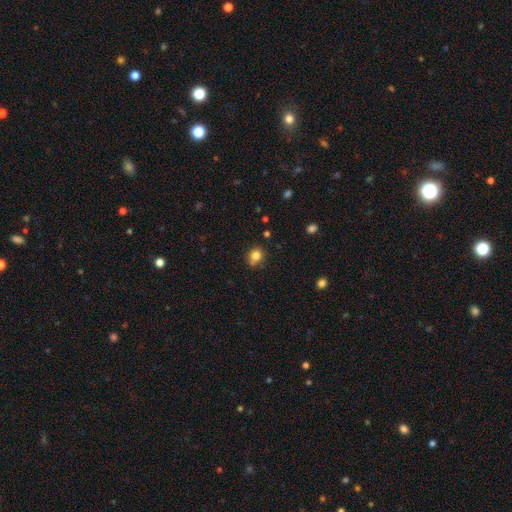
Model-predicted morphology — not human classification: The model was most divided on "merging": none: 68%, minor disturbance: 19%, merger: 9%, major disturbance: 4%. More confident: smooth or featured — smooth (80%); how rounded — round (74%).